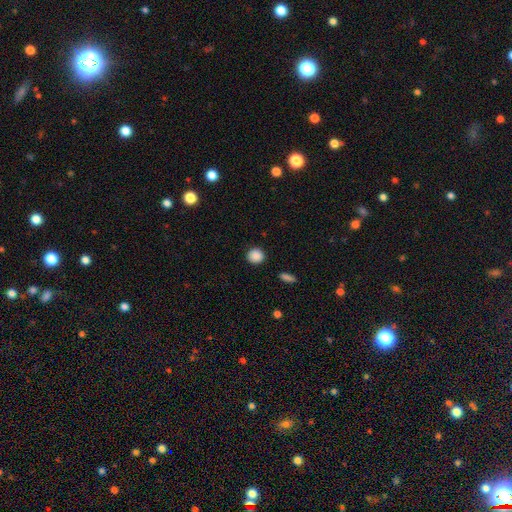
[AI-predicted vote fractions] smooth_or_featured: smooth (p=0.89) [alt: star or artifact p=0.09]
how_rounded: round (p=0.90) [alt: in between p=0.09]
merging: none (p=0.91) [alt: minor disturbance p=0.06]